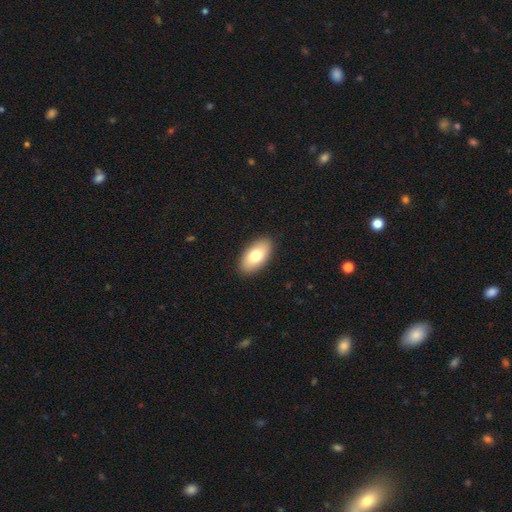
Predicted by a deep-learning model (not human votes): smooth_or_featured: smooth (p=0.77) [alt: featured or disk p=0.17]
how_rounded: in between (p=0.94) [alt: round p=0.03]
merging: none (p=0.89) [alt: minor disturbance p=0.08]